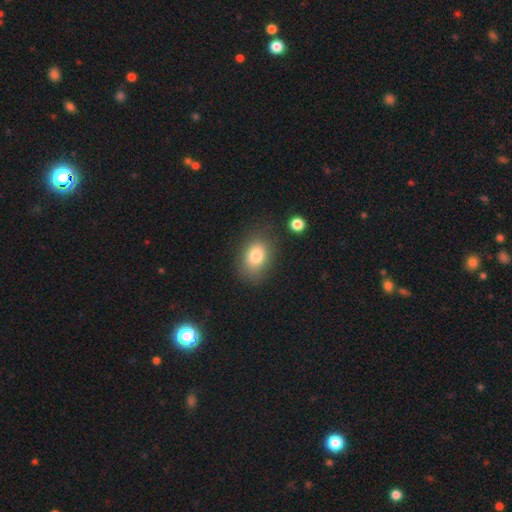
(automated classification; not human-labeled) This is likely a smooth galaxy (80%). How rounded: likely in between (73%). Merging: likely none (79%).